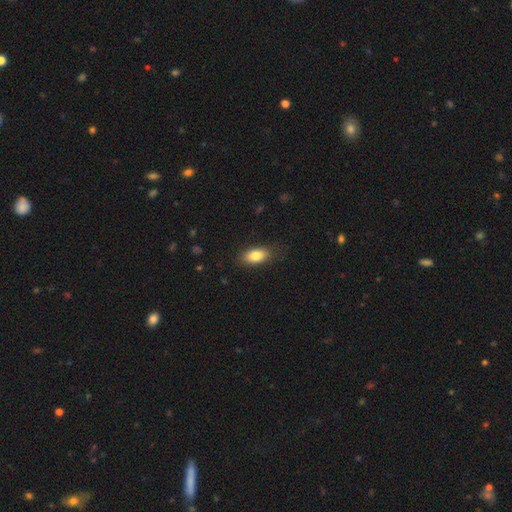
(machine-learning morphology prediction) A smooth galaxy with no disk features (82%) that is in between round and cigar-shaped (87%). Merging: none (81%).